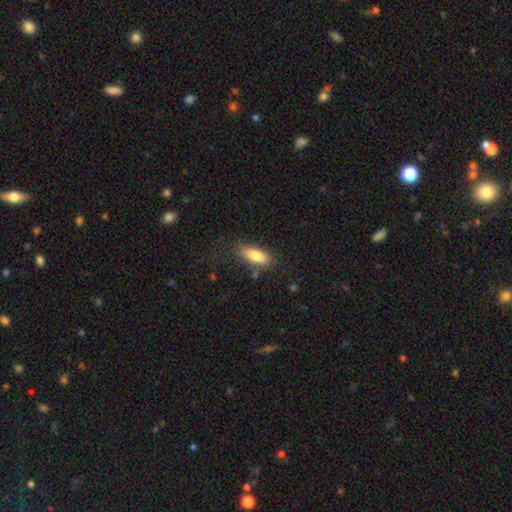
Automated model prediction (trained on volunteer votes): Smooth or featured? smooth (78%)
How rounded? in between (72%)
Merging? none (72%)